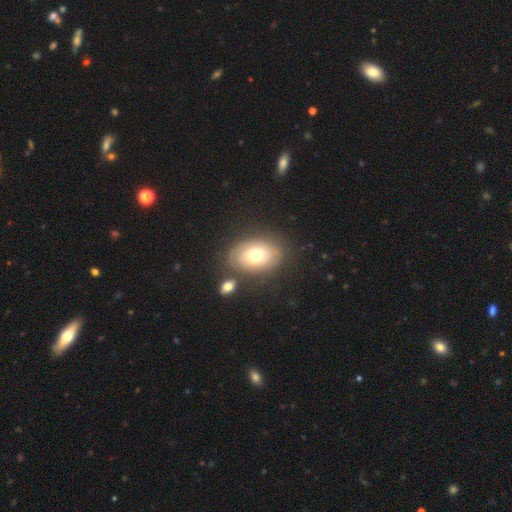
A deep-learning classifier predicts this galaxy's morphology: This appears to be a smooth galaxy with no disk features (48%). Merging: none (71%).